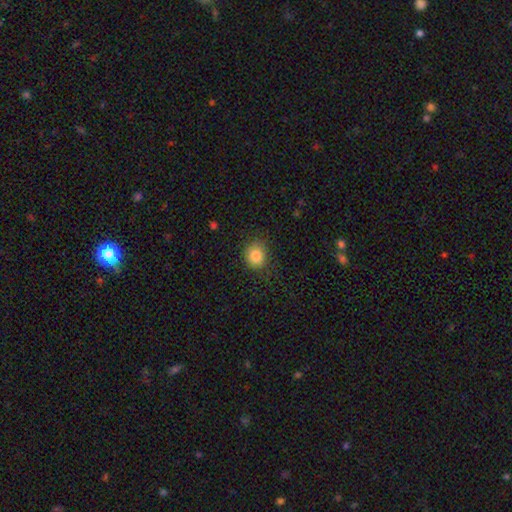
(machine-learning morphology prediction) A smooth galaxy with no disk features (85%) that is round (76%).

Vote fractions:
- Smooth or featured? smooth: 85% / star or artifact: 10% / featured or disk: 5%
- How rounded? round: 76% / in between: 23% / cigar-shaped: 1%
- Merging? none: 80% / minor disturbance: 14% / major disturbance: 4% / merger: 1%